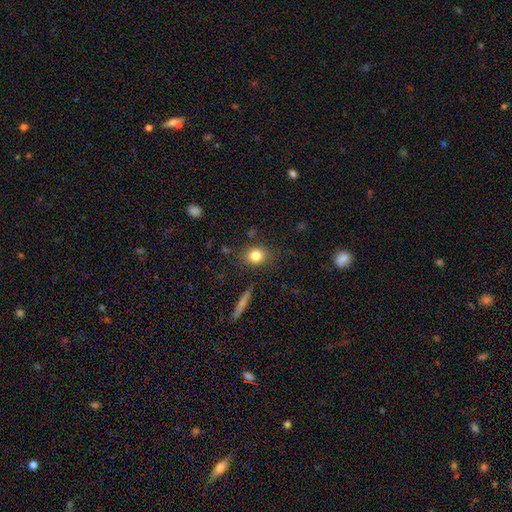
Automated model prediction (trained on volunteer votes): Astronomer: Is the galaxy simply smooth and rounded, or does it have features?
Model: smooth — 80%.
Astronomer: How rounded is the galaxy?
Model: round — 61% (runner-up: in between, 37%).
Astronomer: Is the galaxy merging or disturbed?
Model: none — 81%.